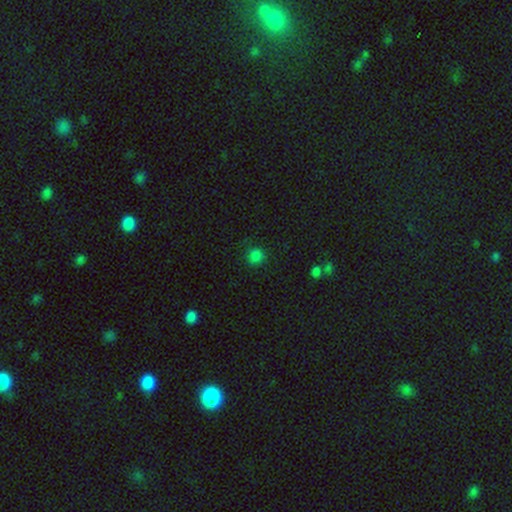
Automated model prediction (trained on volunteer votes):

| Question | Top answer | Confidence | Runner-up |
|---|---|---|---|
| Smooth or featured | smooth | 81% | star or artifact (15%) |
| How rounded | round | 88% | in between (11%) |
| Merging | none | 85% | minor disturbance (10%) |